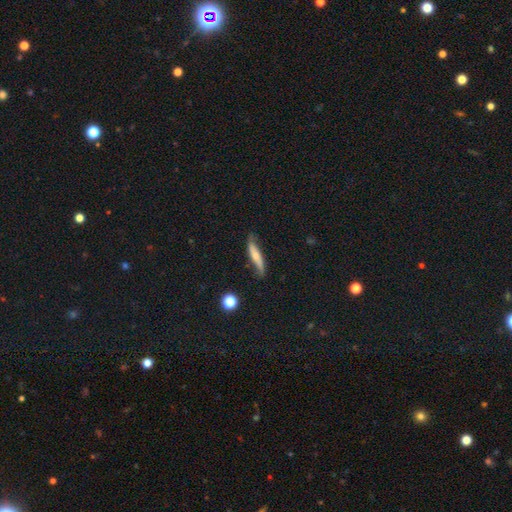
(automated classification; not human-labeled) Smooth or featured? Predicted: smooth (p=0.47). Merging? Predicted: none (p=0.68).